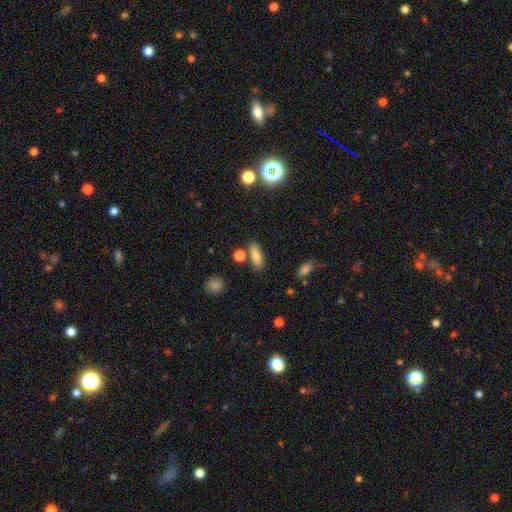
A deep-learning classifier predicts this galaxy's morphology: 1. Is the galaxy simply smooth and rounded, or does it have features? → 77% smooth, 14% featured or disk, 10% star or artifact.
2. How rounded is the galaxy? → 67% in between, 28% cigar-shaped, 5% round.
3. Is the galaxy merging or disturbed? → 73% none, 12% minor disturbance, 11% merger, 4% major disturbance.